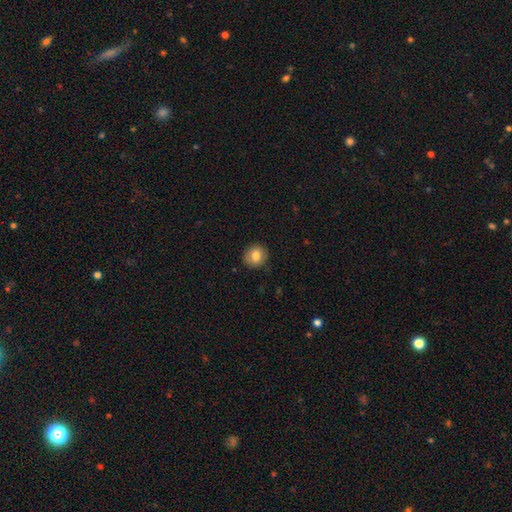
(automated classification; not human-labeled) Q: Smooth or featured?
A: smooth (82%); runner-up: featured or disk (10%)
Q: How rounded?
A: round (86%); runner-up: in between (13%)
Q: Merging?
A: none (88%); runner-up: minor disturbance (9%)